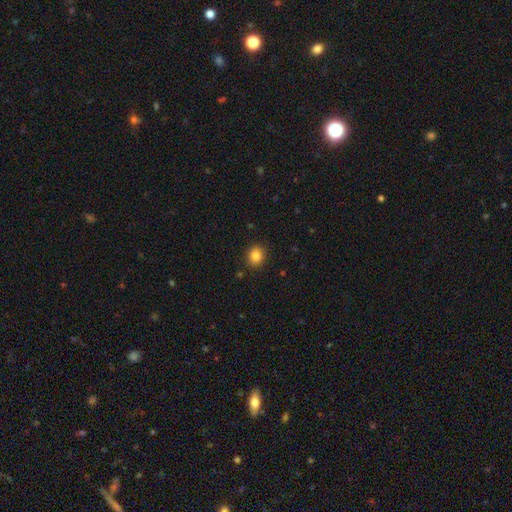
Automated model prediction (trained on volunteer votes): smooth_or_featured: smooth (p=0.85) [alt: star or artifact p=0.11]
how_rounded: round (p=0.67) [alt: in between p=0.32]
merging: none (p=0.89) [alt: minor disturbance p=0.07]